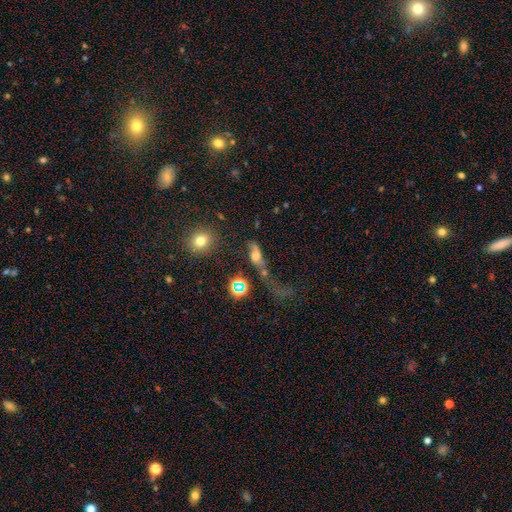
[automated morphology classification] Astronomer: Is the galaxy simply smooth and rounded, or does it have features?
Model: smooth — 43% (runner-up: featured or disk, 40%).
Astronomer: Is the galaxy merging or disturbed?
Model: major disturbance — 40% (runner-up: none, 24%).